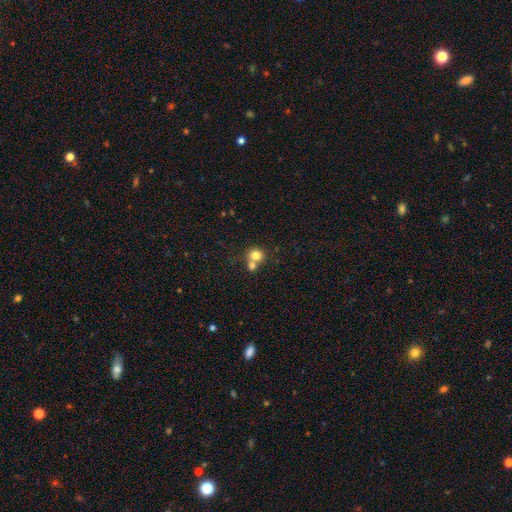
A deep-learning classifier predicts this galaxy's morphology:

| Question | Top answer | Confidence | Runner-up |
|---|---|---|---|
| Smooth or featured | smooth | 77% | featured or disk (12%) |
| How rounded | round | 83% | in between (16%) |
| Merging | merger | 51% | none (40%) |